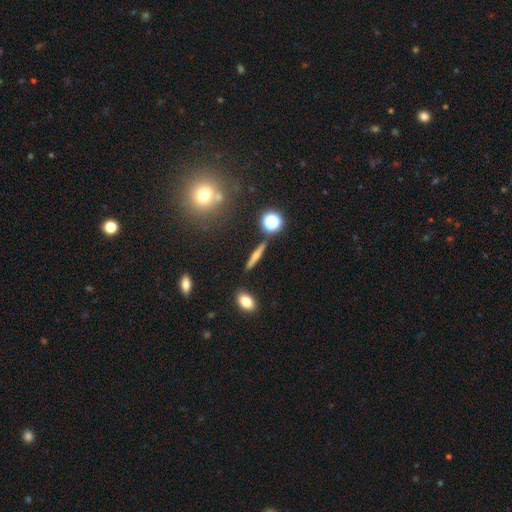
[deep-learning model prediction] The model was most divided on "smooth or featured": smooth: 49%, featured or disk: 39%, star or artifact: 12%. More confident: merging — none (86%).